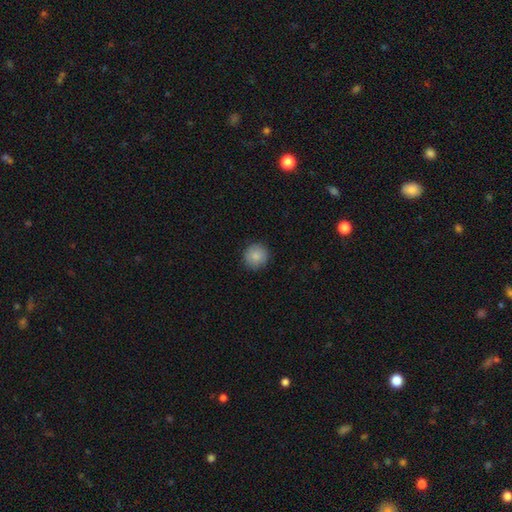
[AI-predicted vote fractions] This is clearly a smooth galaxy (87%). How rounded: clearly round (94%). Merging: clearly none (90%).